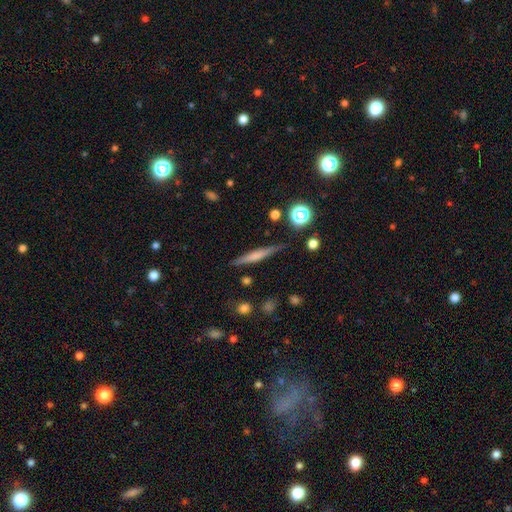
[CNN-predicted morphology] Smooth or featured?
  - smooth: 48% *
  - featured or disk: 44%
  - star or artifact: 8%
Merging?
  - none: 85% *
  - minor disturbance: 11%
  - major disturbance: 2%
  - merger: 2%